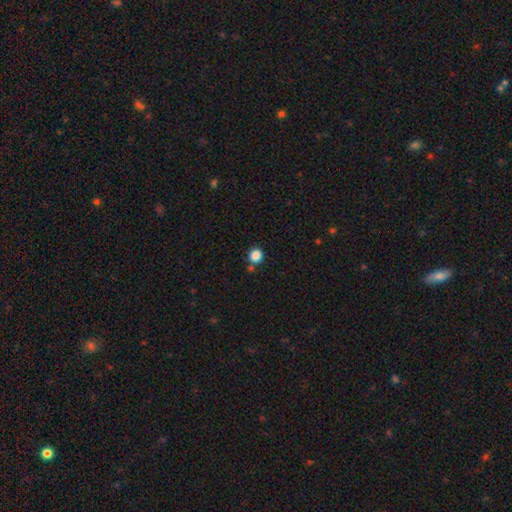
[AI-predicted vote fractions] Smooth or featured?
  - smooth: 85% *
  - star or artifact: 11%
  - featured or disk: 3%
How rounded?
  - round: 90% *
  - in between: 9%
  - cigar-shaped: 1%
Merging?
  - none: 81% *
  - minor disturbance: 9%
  - merger: 8%
  - major disturbance: 3%